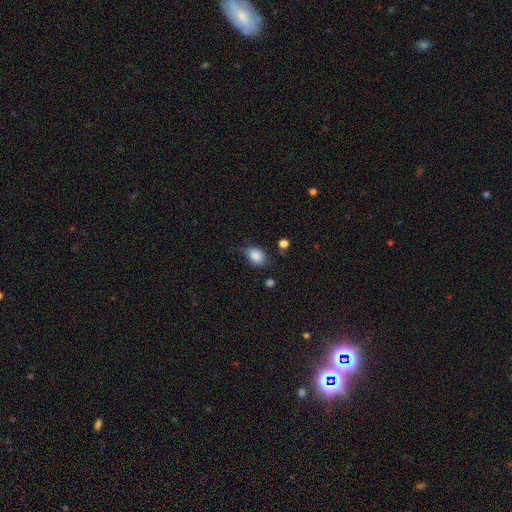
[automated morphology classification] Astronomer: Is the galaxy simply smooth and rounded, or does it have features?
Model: smooth — 86%.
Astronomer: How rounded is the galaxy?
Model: in between — 75%.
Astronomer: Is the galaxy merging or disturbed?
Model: none — 70%.